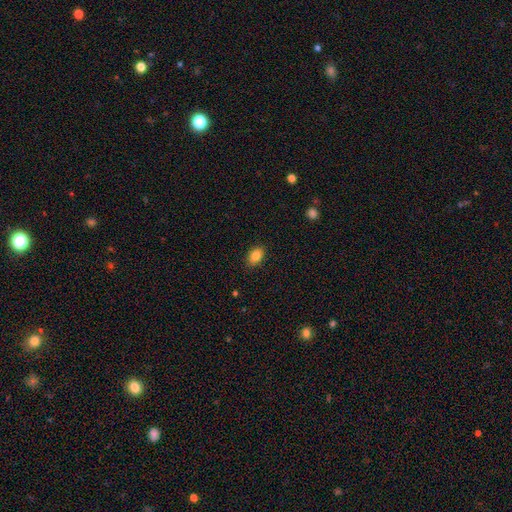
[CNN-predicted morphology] This appears to be a smooth galaxy with no disk features (85%) that is in between round and cigar-shaped (81%). Merging: none (88%).